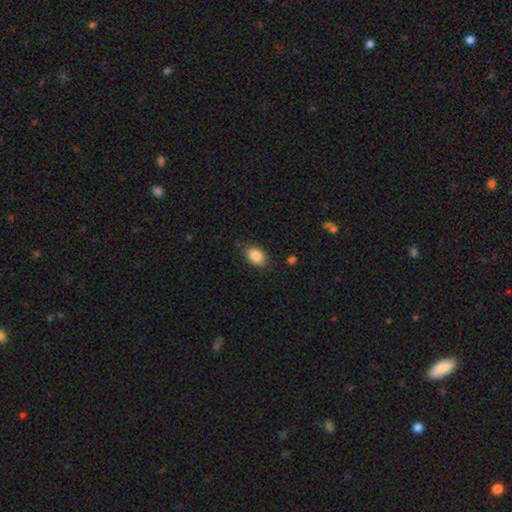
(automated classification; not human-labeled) Overall: smooth (87%). How rounded: in between (84%). Merging: none (84%).